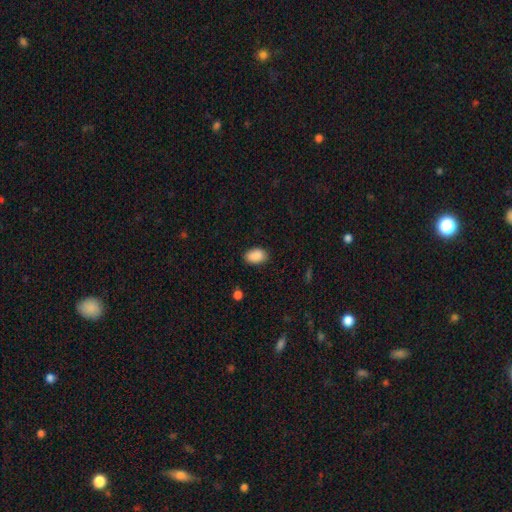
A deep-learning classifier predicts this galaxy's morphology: type=smooth (90%); roundness=in between (89%); merging=none (85%).